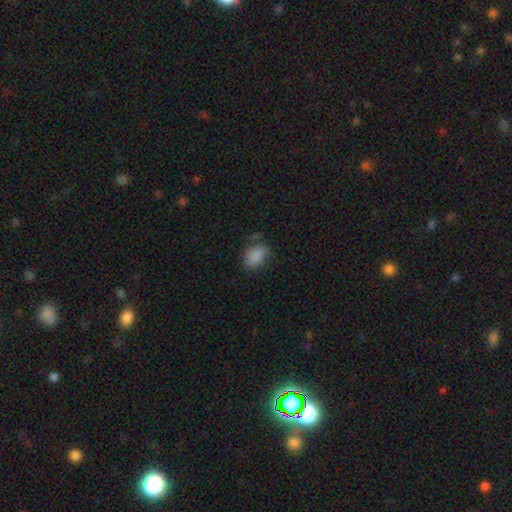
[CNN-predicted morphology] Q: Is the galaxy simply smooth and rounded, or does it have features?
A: smooth — 84%.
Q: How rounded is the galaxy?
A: in between — 86%.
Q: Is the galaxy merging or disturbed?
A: none — 59%.